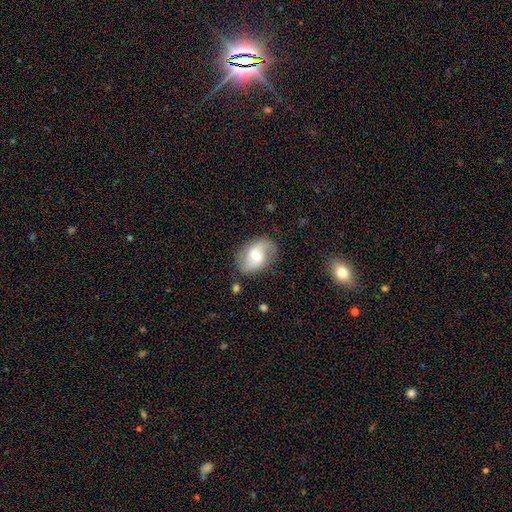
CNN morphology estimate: Smooth or featured? Predicted: featured or disk (p=0.58). Edge-on disk? Predicted: no (p=0.96). Bar? Predicted: weak (p=0.46). Spiral arms? Predicted: yes (p=0.83). Bulge size? Predicted: moderate (p=0.60). Merging? Predicted: none (p=0.74).